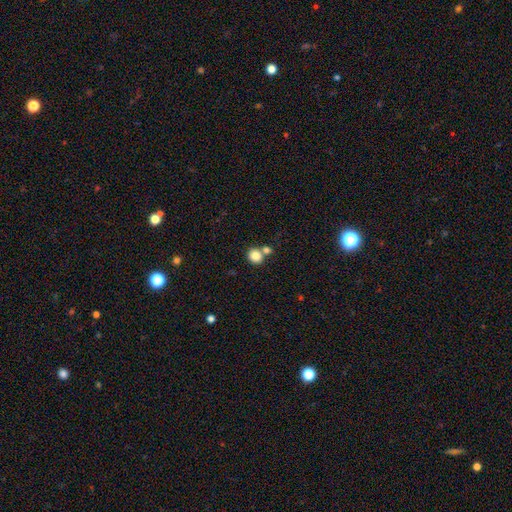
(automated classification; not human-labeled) Morphology: type=smooth (83%); roundness=round (79%); merging=none (56%).